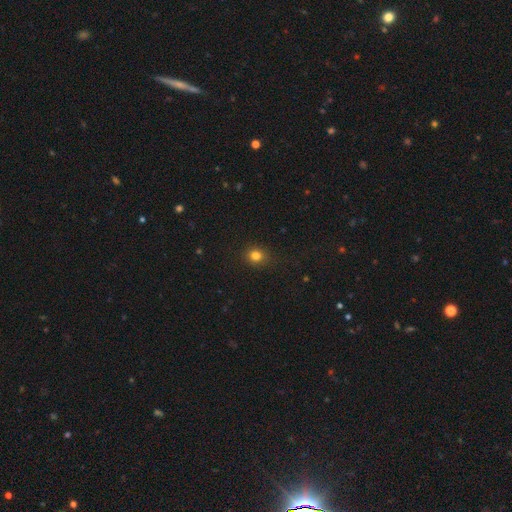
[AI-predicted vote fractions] Smooth or featured?
  - smooth: 80% *
  - star or artifact: 14%
  - featured or disk: 5%
How rounded?
  - round: 78% *
  - in between: 21%
  - cigar-shaped: 1%
Merging?
  - none: 86% *
  - minor disturbance: 10%
  - major disturbance: 3%
  - merger: 1%